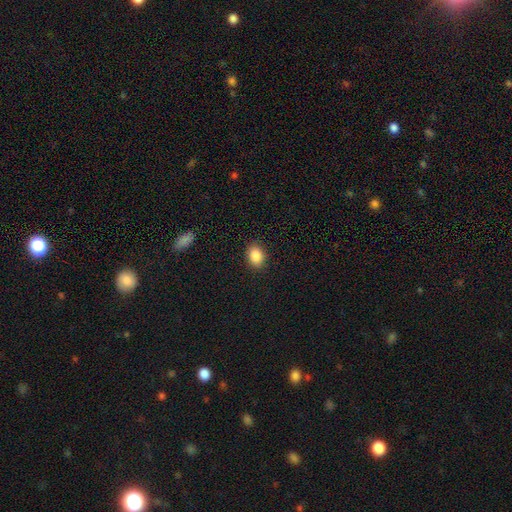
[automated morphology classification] type=smooth (87%); roundness=in between (72%); merging=none (89%).